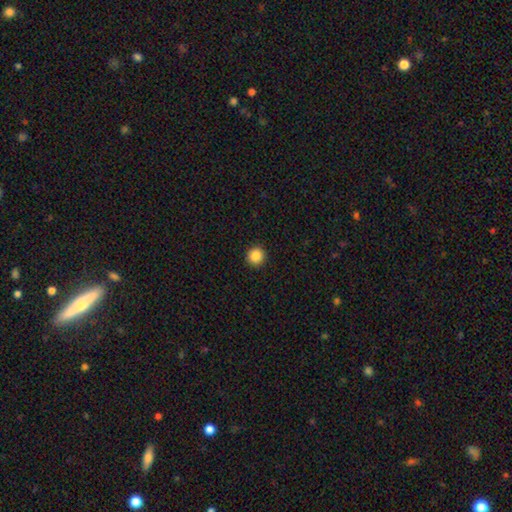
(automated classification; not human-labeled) This appears to be a smooth galaxy with no disk features (87%) that is round (94%). Merging: none (93%).